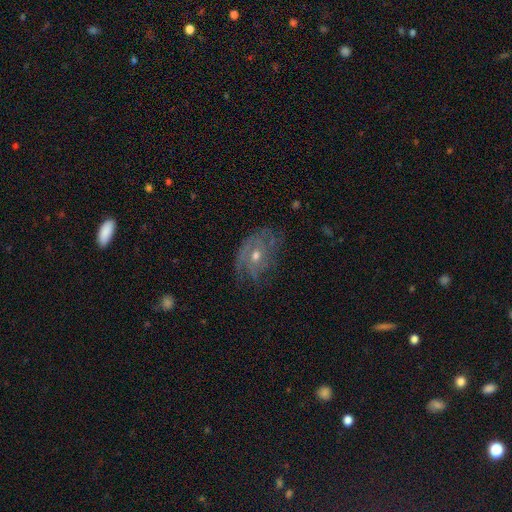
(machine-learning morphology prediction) This appears to be a featured or disk galaxy (74%) with no bar (74%), tight (49%) spiral arms (81%) and a moderate central bulge (60%). Merging: none (60%).